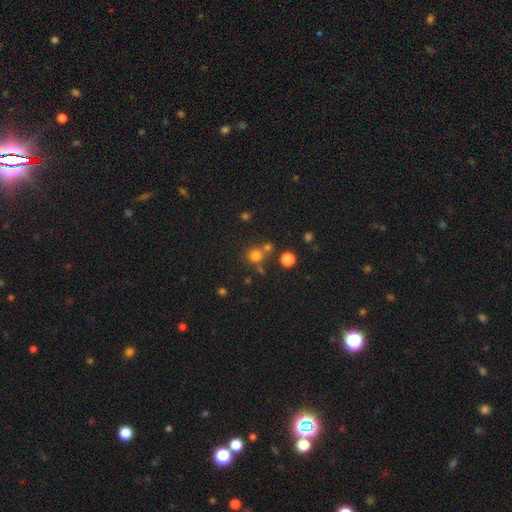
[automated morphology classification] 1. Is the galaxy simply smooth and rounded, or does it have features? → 73% smooth, 18% star or artifact, 8% featured or disk.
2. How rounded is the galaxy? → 89% round, 10% in between, 1% cigar-shaped.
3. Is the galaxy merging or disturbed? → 63% none, 24% merger, 9% minor disturbance, 4% major disturbance.